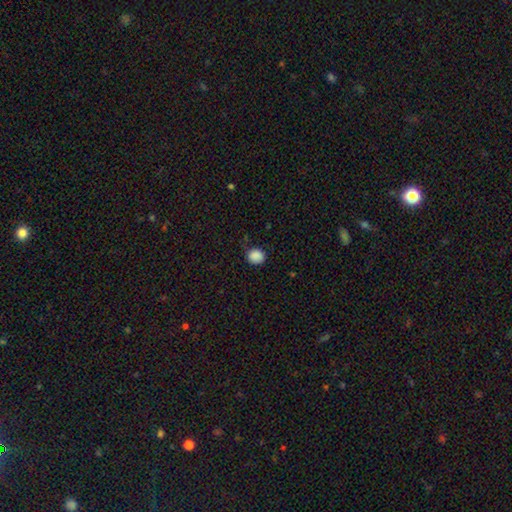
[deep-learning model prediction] Smooth or featured? Predicted: smooth (p=0.88). How rounded? Predicted: round (p=0.72). Merging? Predicted: none (p=0.82).